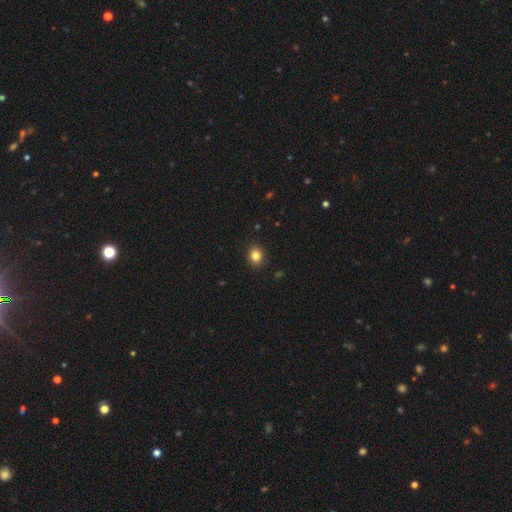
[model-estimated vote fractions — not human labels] smooth 83%, star or artifact 11%, featured or disk 6%. Down the decision tree: how rounded — round (72%); merging — none (91%).